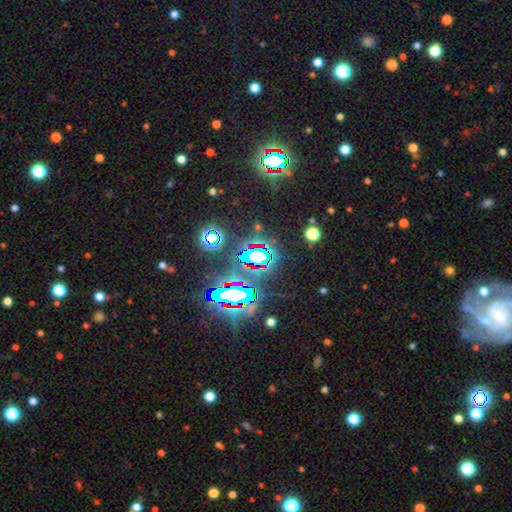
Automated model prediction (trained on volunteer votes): star or artifact 76%, smooth 14%, featured or disk 11%.